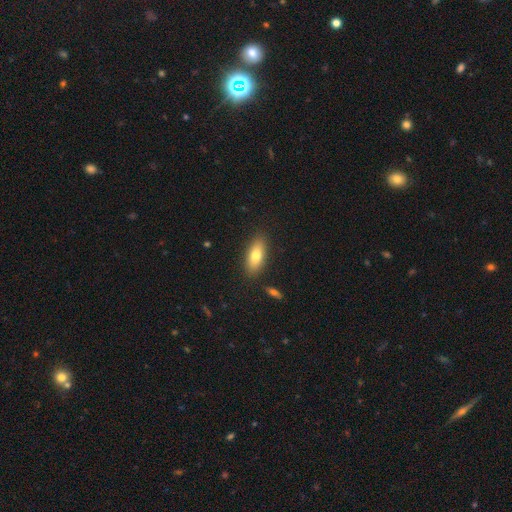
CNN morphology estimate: Q: Smooth or featured?
A: smooth (74%); runner-up: featured or disk (19%)
Q: How rounded?
A: in between (78%); runner-up: cigar-shaped (18%)
Q: Merging?
A: none (86%); runner-up: minor disturbance (10%)